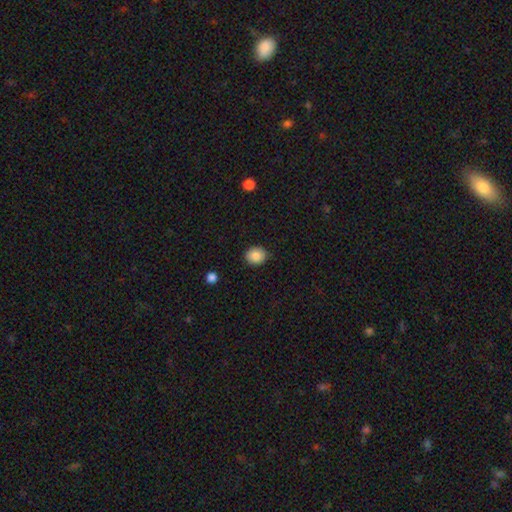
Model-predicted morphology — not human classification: Smooth or featured? Predicted: smooth (p=0.86). How rounded? Predicted: round (p=0.71). Merging? Predicted: none (p=0.87).